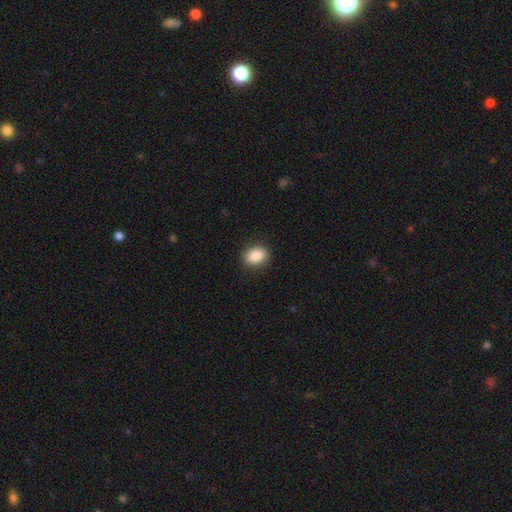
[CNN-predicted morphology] smooth 86%, star or artifact 8%, featured or disk 6%. Down the decision tree: how rounded — in between (60%); merging — none (88%).